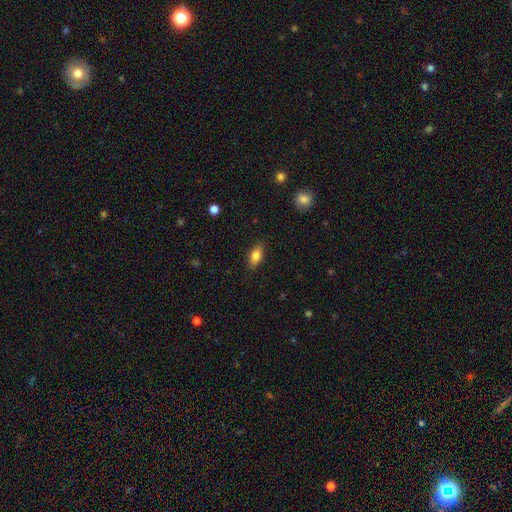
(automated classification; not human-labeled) A smooth galaxy with no disk features (79%) that is in between round and cigar-shaped (85%). Merging: none (87%).